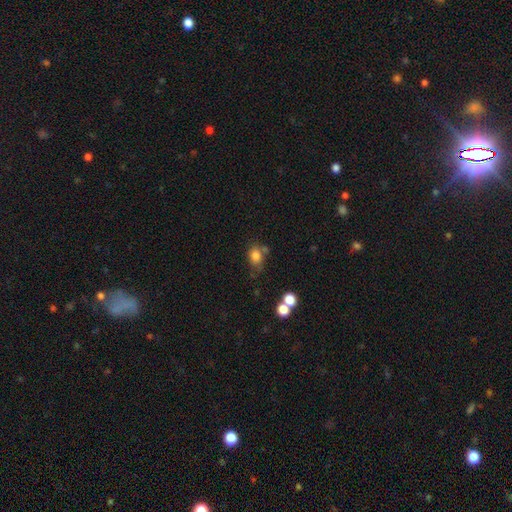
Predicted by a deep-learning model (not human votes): Morphology: type=smooth (80%); roundness=in between (65%); merging=none (51%).